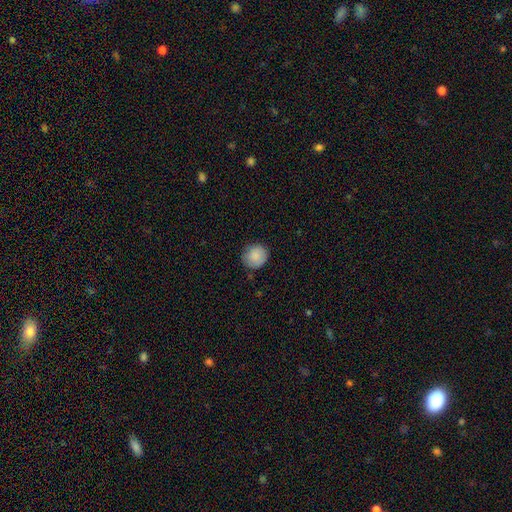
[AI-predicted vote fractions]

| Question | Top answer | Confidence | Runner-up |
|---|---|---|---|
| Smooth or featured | smooth | 86% | star or artifact (7%) |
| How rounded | round | 89% | in between (10%) |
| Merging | none | 82% | minor disturbance (14%) |